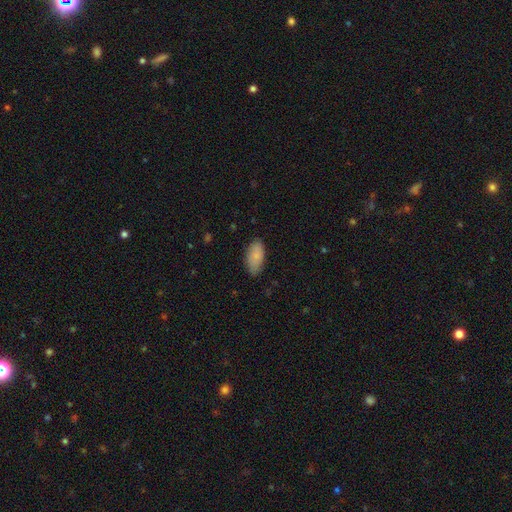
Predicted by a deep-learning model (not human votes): Smooth or featured?
  - smooth: 86% *
  - featured or disk: 8%
  - star or artifact: 6%
How rounded?
  - in between: 91% *
  - cigar-shaped: 6%
  - round: 2%
Merging?
  - none: 80% *
  - minor disturbance: 16%
  - major disturbance: 3%
  - merger: 1%